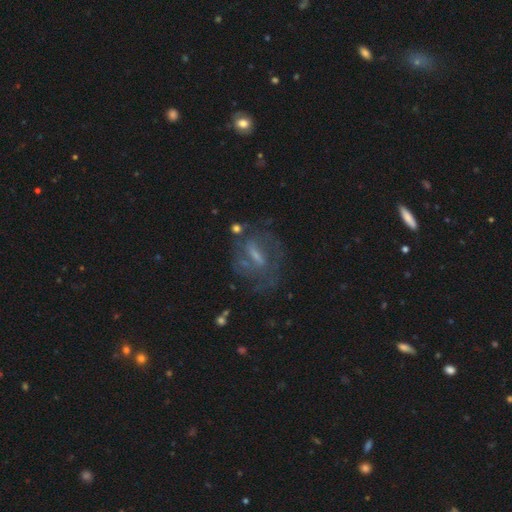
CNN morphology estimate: A featured or disk galaxy (70%) with a strong bar (42%), spiral arms (73%) and a small central bulge (38%). Merging: none (61%).